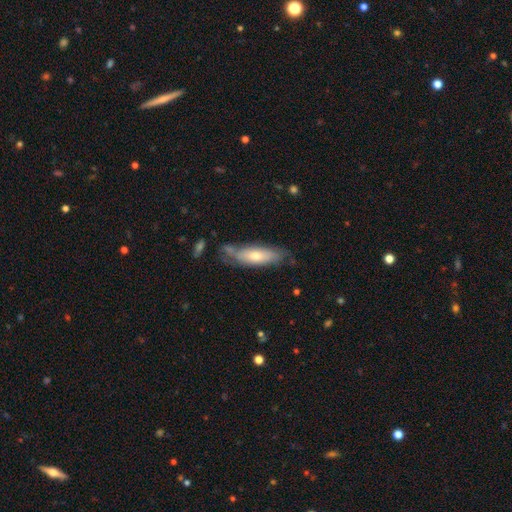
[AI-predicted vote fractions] Smooth or featured?
  - smooth: 54% *
  - featured or disk: 40%
  - star or artifact: 6%
How rounded?
  - in between: 50% *
  - cigar-shaped: 48%
  - round: 2%
Merging?
  - none: 61% *
  - minor disturbance: 25%
  - major disturbance: 7%
  - merger: 6%